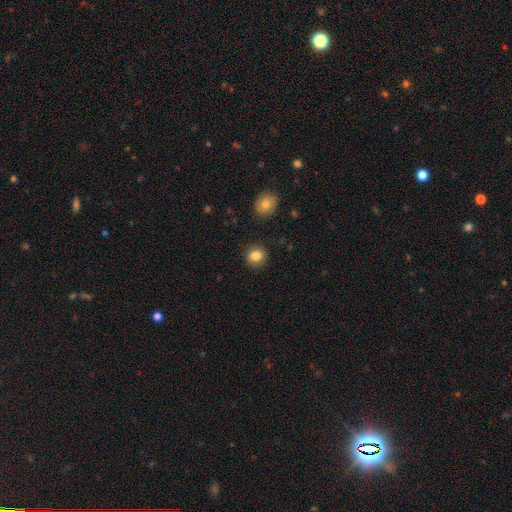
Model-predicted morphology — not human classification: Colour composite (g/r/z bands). It shows a smooth galaxy with no disk features (84%) that is round (87%). Merging: none (90%).